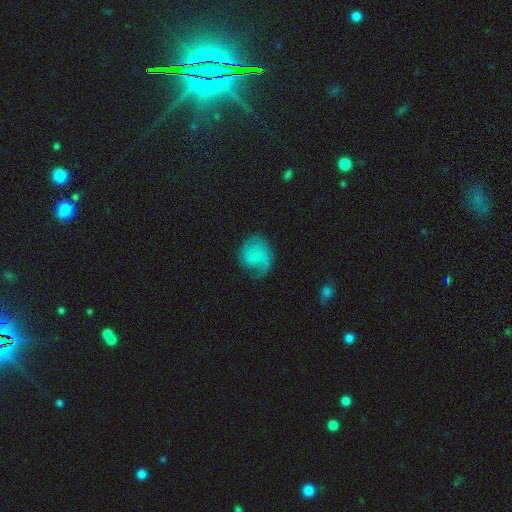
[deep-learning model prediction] Smooth or featured? Predicted: featured or disk (p=0.66). Edge-on disk? Predicted: no (p=0.98). Bar? Predicted: no (p=0.65). Spiral arms? Predicted: yes (p=0.92). Spiral winding? Predicted: medium (p=0.44). Spiral arm count? Predicted: 2 (p=0.46). Bulge size? Predicted: small (p=0.68). Merging? Predicted: none (p=0.62).